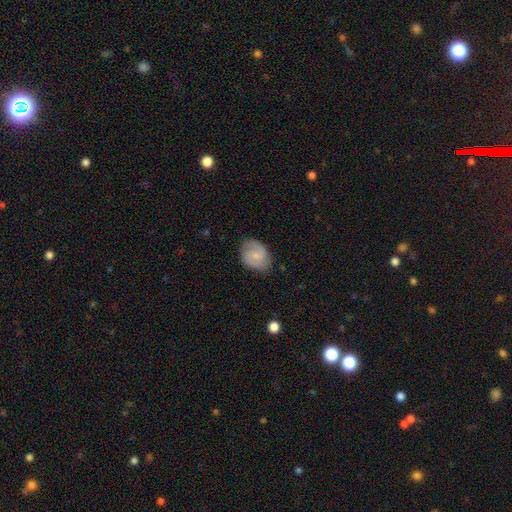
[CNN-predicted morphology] featured or disk 52%, smooth 41%, star or artifact 7%. Down the decision tree: edge-on disk — no (97%); bar — weak (49%); spiral arms — yes (89%); bulge size — small (57%); merging — none (77%).